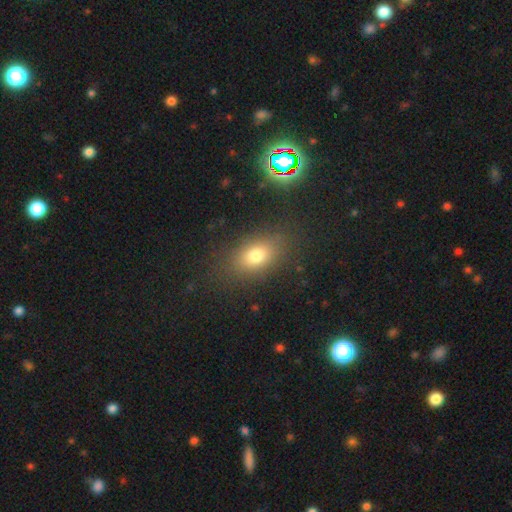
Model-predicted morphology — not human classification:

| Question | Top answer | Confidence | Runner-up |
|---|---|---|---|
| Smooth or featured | smooth | 76% | star or artifact (12%) |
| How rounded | in between | 80% | round (17%) |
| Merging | none | 82% | minor disturbance (11%) |